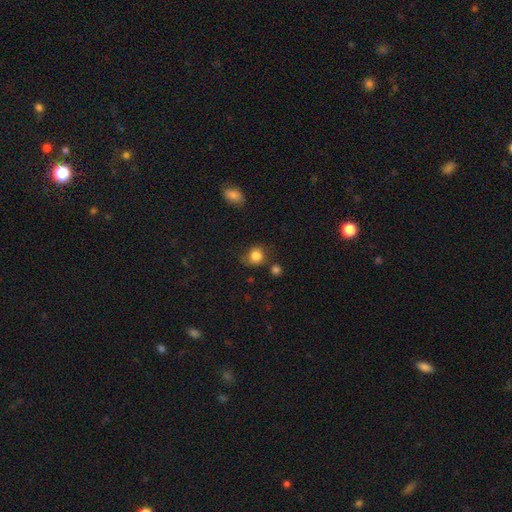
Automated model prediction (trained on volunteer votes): smooth-or-featured: smooth: 82% | star or artifact: 10% | featured or disk: 7%
  how-rounded: round: 73% | in between: 26% | cigar-shaped: 1%
  merging: none: 60% | minor disturbance: 24% | major disturbance: 8% | merger: 7%